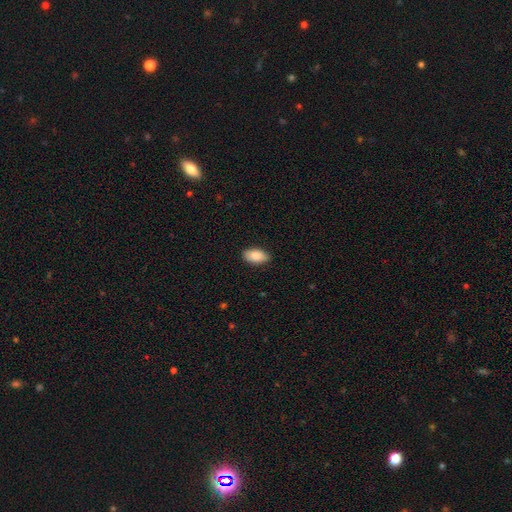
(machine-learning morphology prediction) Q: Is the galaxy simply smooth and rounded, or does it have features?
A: smooth — 88%.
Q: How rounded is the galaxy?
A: in between — 94%.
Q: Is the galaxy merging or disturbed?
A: none — 85%.